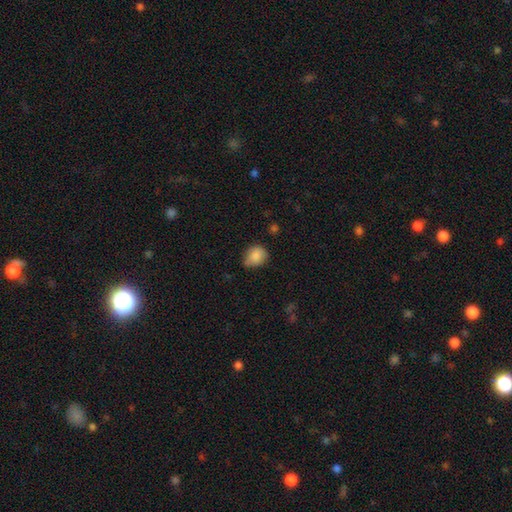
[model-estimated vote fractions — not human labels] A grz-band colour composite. It shows a smooth galaxy with no disk features (85%) that is round (61%). Merging: none (54%).